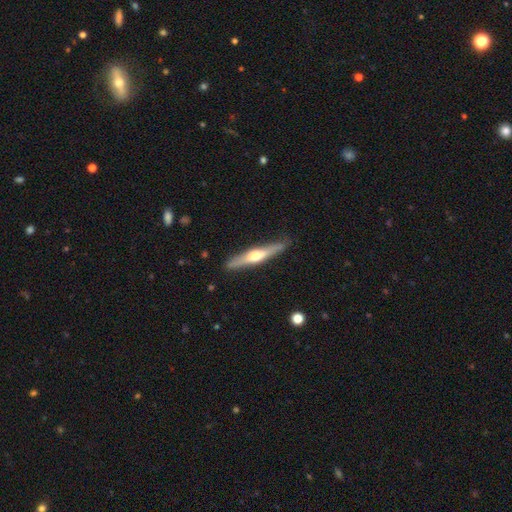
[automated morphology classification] Smooth or featured? featured or disk (62%)
Edge-on disk? yes (96%)
Edge-on bulge? rounded (90%)
Merging? none (87%)